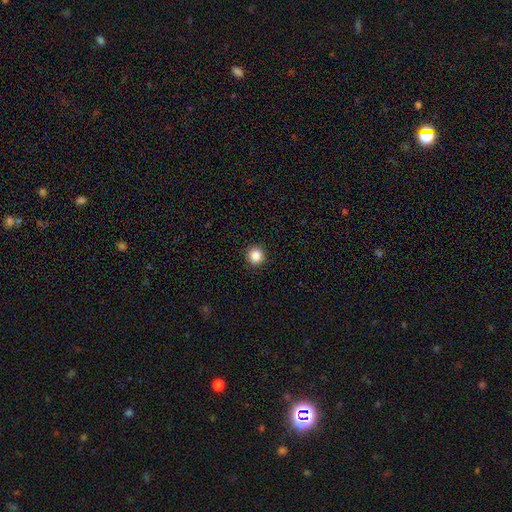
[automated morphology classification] smooth_or_featured: smooth (p=0.87) [alt: star or artifact p=0.10]
how_rounded: round (p=0.94) [alt: in between p=0.05]
merging: none (p=0.93) [alt: minor disturbance p=0.04]